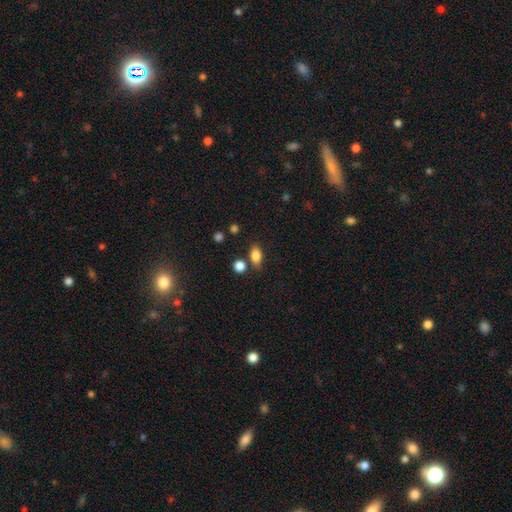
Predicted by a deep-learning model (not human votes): smooth 82%, star or artifact 10%, featured or disk 9%. Down the decision tree: how rounded — in between (79%); merging — none (73%).